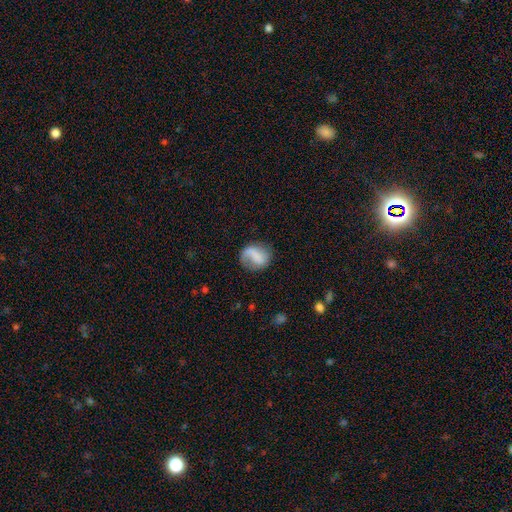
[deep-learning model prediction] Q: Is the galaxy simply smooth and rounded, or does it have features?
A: smooth — 52%.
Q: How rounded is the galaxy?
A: round — 59%.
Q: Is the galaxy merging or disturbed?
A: none — 56%.